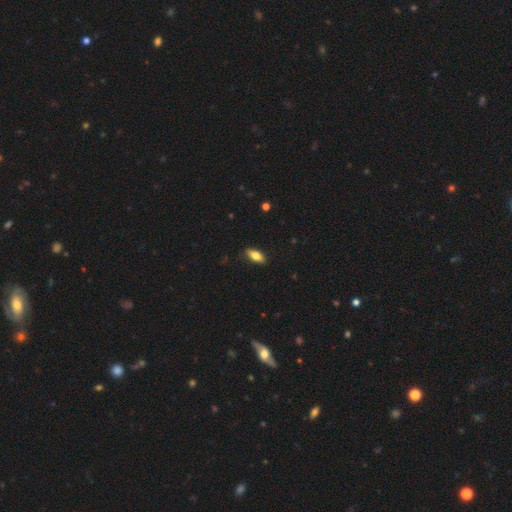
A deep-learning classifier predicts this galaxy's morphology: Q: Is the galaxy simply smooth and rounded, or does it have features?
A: smooth — 79%.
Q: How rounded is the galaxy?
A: in between — 82%.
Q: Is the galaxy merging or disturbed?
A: none — 86%.